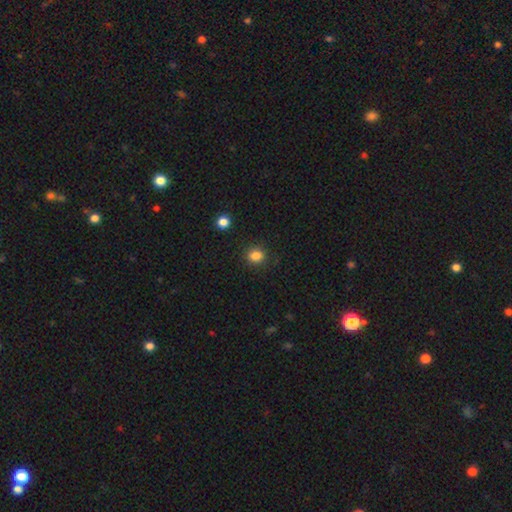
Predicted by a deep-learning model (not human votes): A smooth galaxy with no disk features (84%) that is round (67%).

Vote fractions:
- Smooth or featured? smooth: 84% / star or artifact: 12% / featured or disk: 4%
- How rounded? round: 67% / in between: 32% / cigar-shaped: 1%
- Merging? none: 87% / minor disturbance: 8% / major disturbance: 3% / merger: 2%